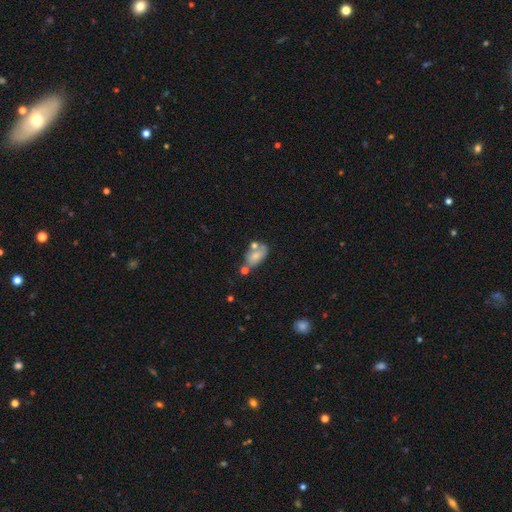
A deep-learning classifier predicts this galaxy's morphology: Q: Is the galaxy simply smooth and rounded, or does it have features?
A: smooth — 67%.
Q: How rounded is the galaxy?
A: in between — 88%.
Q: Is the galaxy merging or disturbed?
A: none — 39%.